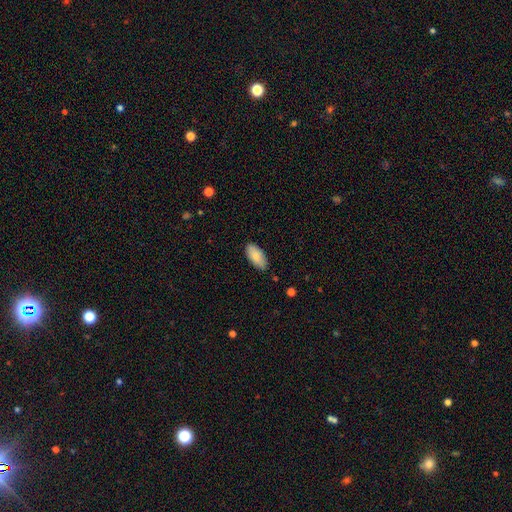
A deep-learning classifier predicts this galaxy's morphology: A smooth galaxy with no disk features (81%) that is in between round and cigar-shaped (92%).

Vote fractions:
- Smooth or featured? smooth: 81% / featured or disk: 13% / star or artifact: 6%
- How rounded? in between: 92% / cigar-shaped: 6% / round: 2%
- Merging? none: 85% / minor disturbance: 12% / major disturbance: 2% / merger: 1%